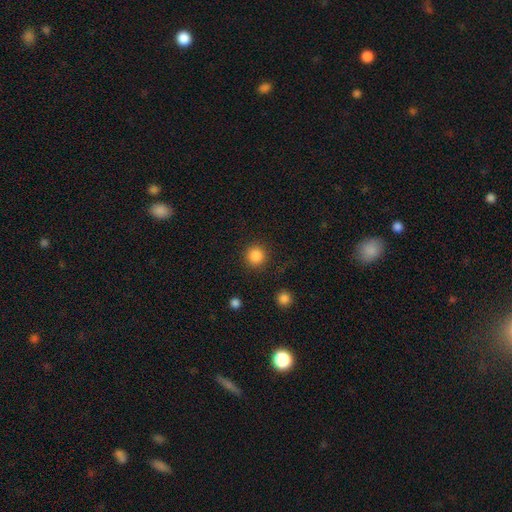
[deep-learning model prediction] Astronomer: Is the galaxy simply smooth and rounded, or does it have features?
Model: smooth — 86%.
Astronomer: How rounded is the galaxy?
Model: round — 94%.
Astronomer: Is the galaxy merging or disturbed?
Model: none — 90%.